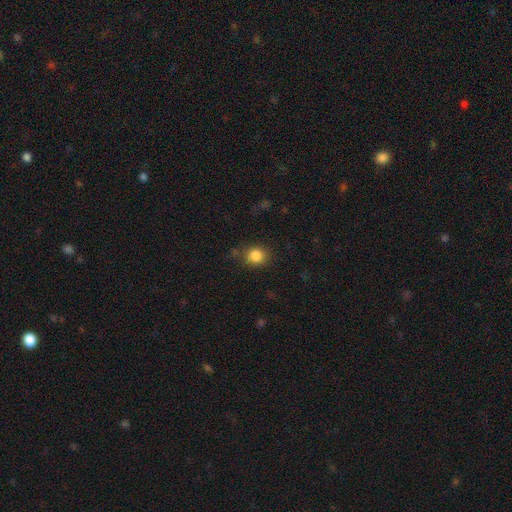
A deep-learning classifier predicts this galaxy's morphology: Smooth or featured? smooth (85%)
How rounded? round (75%)
Merging? none (80%)